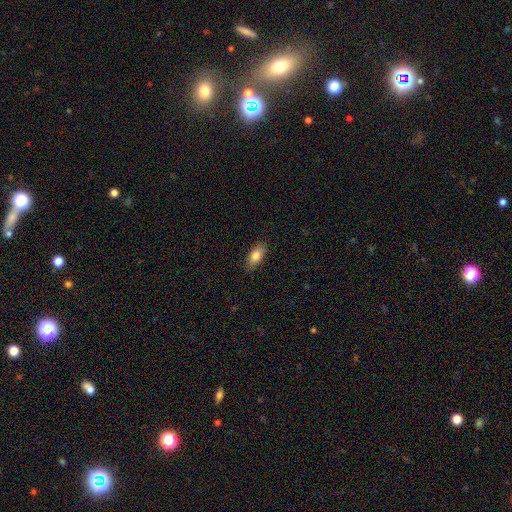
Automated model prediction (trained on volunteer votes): Q: Smooth or featured?
A: smooth (80%); runner-up: featured or disk (13%)
Q: How rounded?
A: in between (86%); runner-up: cigar-shaped (10%)
Q: Merging?
A: none (86%); runner-up: minor disturbance (11%)